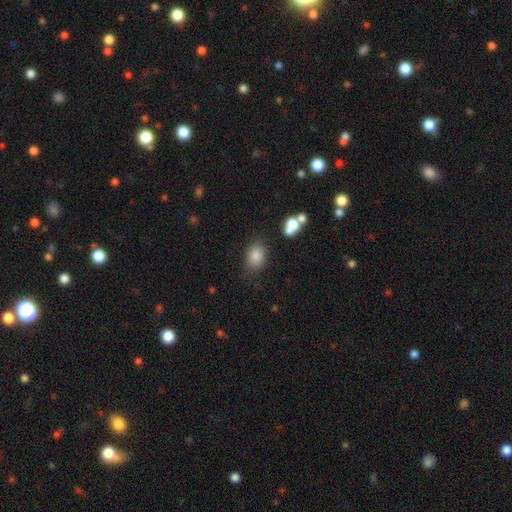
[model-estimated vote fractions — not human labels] Smooth or featured? Predicted: smooth (p=0.83). How rounded? Predicted: in between (p=0.69). Merging? Predicted: none (p=0.76).